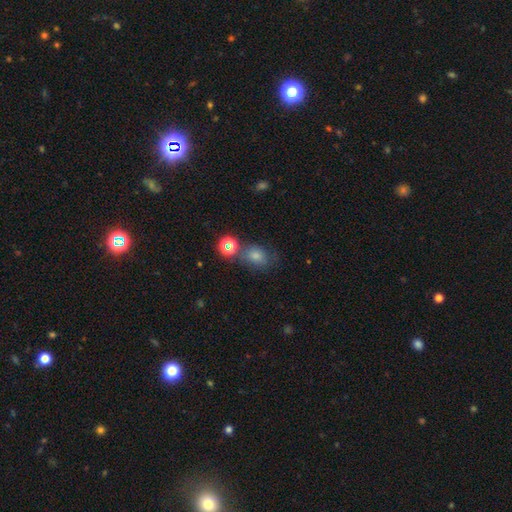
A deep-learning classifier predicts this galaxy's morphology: This appears to be a smooth galaxy with no disk features (72%) that is in between round and cigar-shaped (58%). Merging: none (58%).